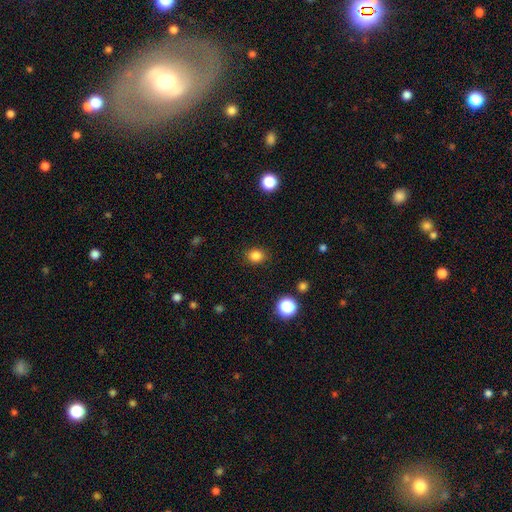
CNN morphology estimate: This appears to be a smooth galaxy with no disk features (84%) that is round (68%). Merging: none (88%).